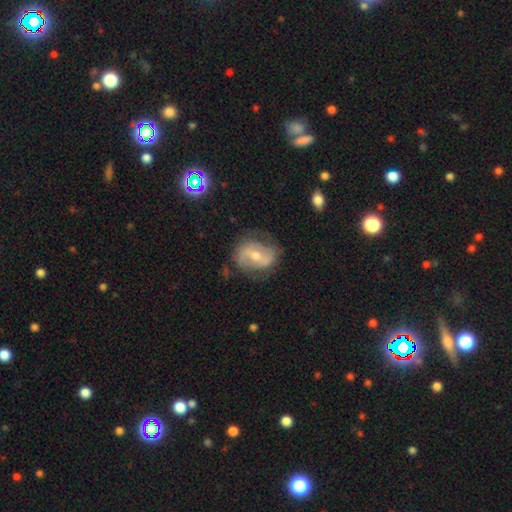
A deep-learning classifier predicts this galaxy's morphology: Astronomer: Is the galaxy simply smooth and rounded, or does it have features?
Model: featured or disk — 74%.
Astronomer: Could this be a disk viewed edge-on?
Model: no — 96%.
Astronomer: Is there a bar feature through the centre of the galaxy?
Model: weak — 42% (runner-up: strong, 30%).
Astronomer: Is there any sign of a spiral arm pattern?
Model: yes — 84%.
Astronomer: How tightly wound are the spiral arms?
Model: medium — 42% (runner-up: loose, 31%).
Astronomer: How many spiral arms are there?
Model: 2 — 81%.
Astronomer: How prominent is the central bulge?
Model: moderate — 57% (runner-up: small, 39%).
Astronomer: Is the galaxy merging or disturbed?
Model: none — 72%.